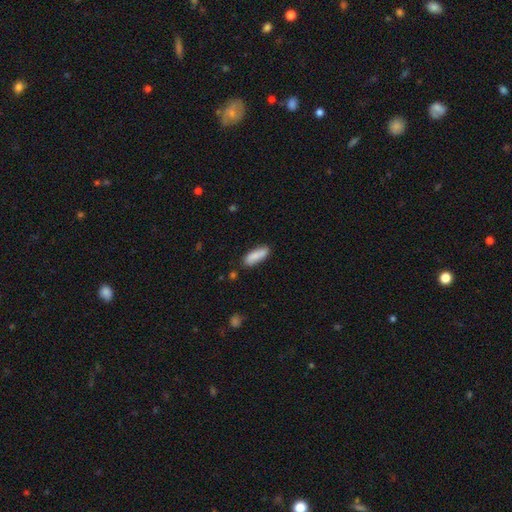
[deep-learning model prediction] smooth_or_featured: smooth (p=0.83) [alt: featured or disk p=0.11]
how_rounded: in between (p=0.59) [alt: cigar-shaped p=0.39]
merging: none (p=0.81) [alt: minor disturbance p=0.13]